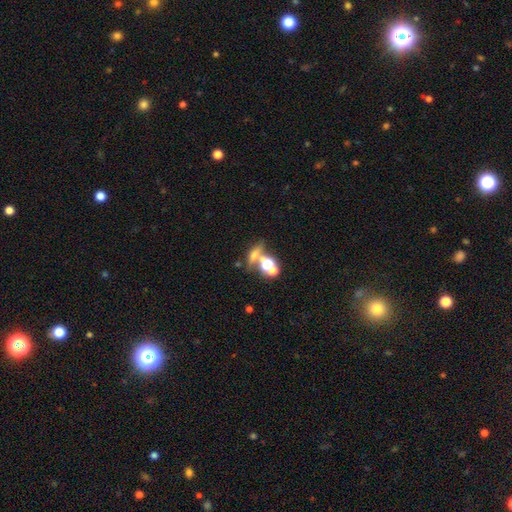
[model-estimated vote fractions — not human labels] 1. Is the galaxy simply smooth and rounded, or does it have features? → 44% smooth, 30% featured or disk, 26% star or artifact.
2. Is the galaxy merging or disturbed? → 44% none, 39% merger, 10% minor disturbance, 8% major disturbance.